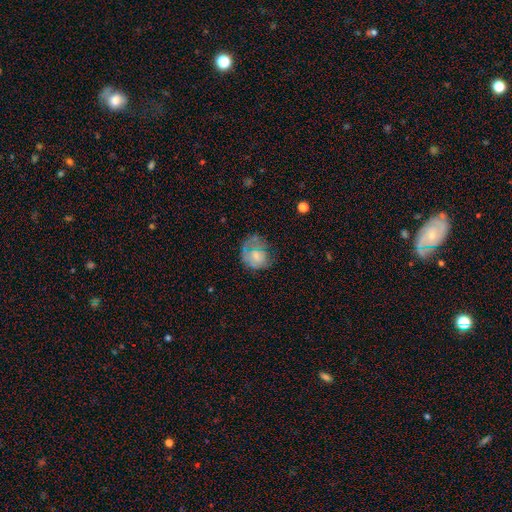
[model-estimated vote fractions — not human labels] A smooth galaxy with no disk features (59%) that is round (68%). Merging: none (47%).